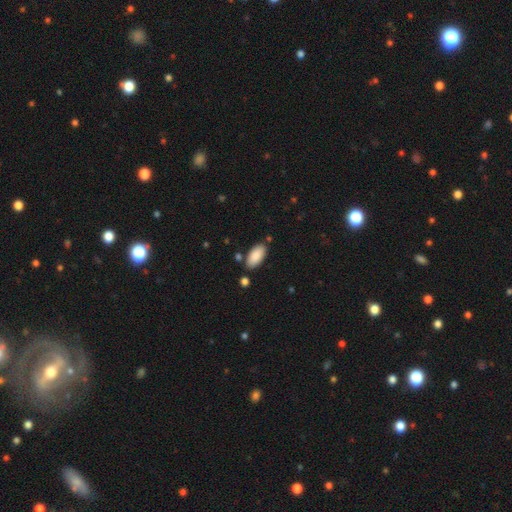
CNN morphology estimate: smooth_or_featured: smooth (p=0.89) [alt: star or artifact p=0.06]
how_rounded: in between (p=0.94) [alt: cigar-shaped p=0.05]
merging: none (p=0.82) [alt: minor disturbance p=0.11]